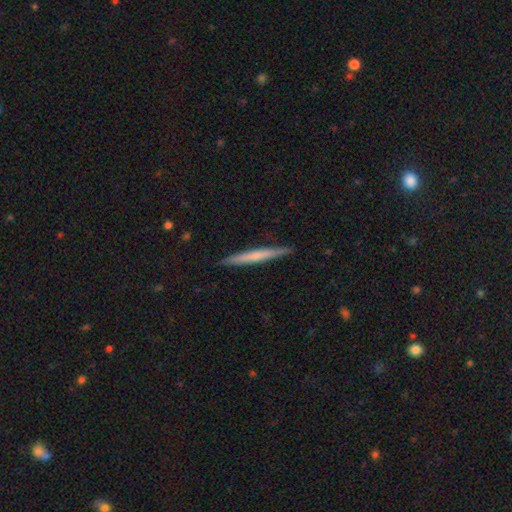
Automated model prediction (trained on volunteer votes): Overall: smooth (52%; featured or disk 42%). How rounded: cigar-shaped (97%). Merging: none (91%).